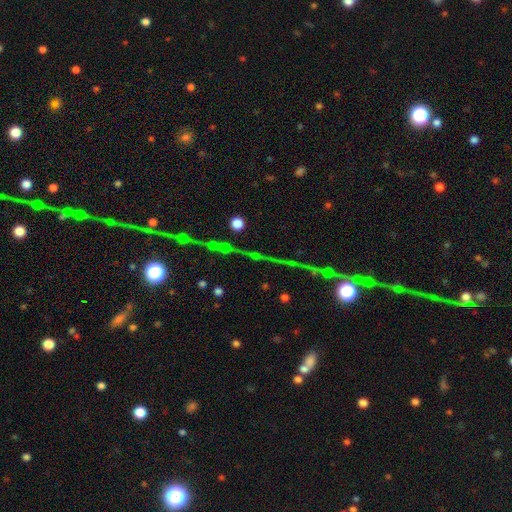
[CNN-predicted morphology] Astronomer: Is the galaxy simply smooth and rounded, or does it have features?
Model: star or artifact — 62%.